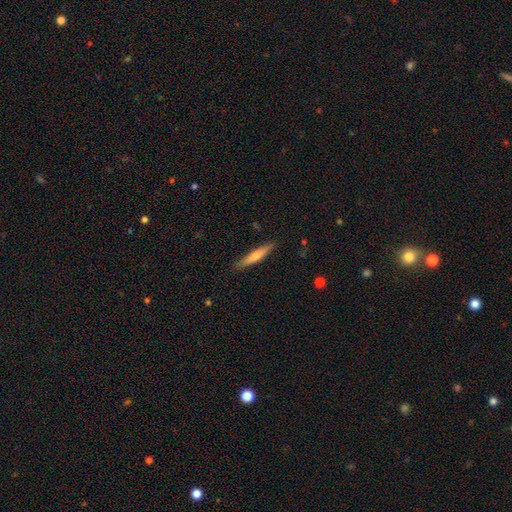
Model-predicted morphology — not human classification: smooth 51%, featured or disk 43%, star or artifact 6%. Down the decision tree: how rounded — cigar-shaped (92%); merging — none (87%).